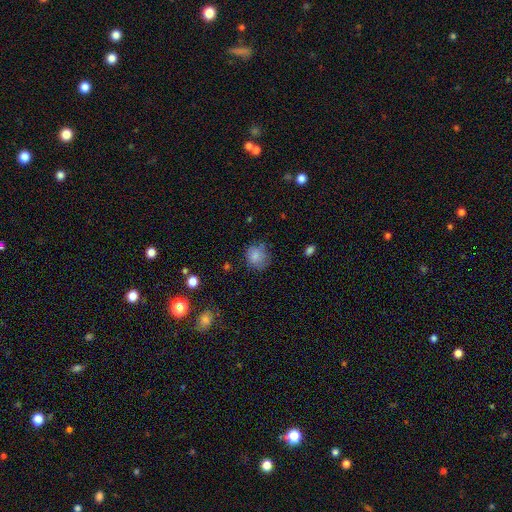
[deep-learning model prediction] A smooth galaxy with no disk features (80%) that is round (73%). Merging: none (64%).